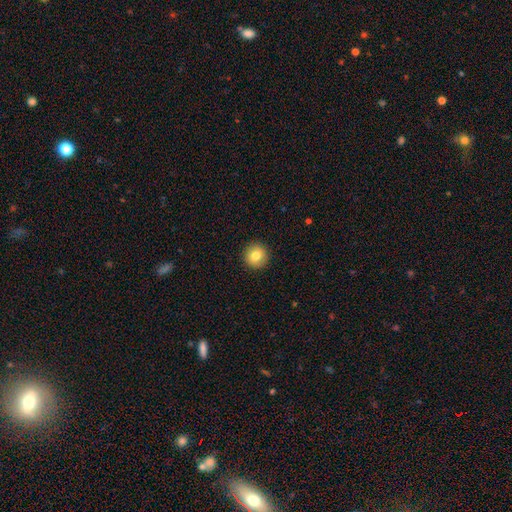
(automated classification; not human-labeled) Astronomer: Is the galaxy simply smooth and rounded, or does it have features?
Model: smooth — 80%.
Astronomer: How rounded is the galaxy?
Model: round — 95%.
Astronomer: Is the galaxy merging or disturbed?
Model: none — 93%.